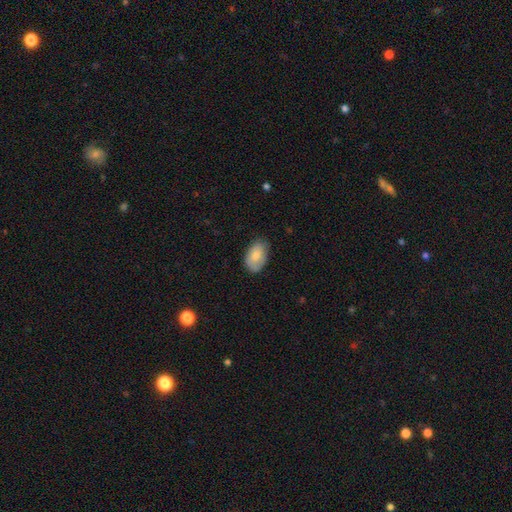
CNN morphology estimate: This is likely a smooth galaxy (78%). How rounded: clearly in between (91%). Merging: likely none (71%).